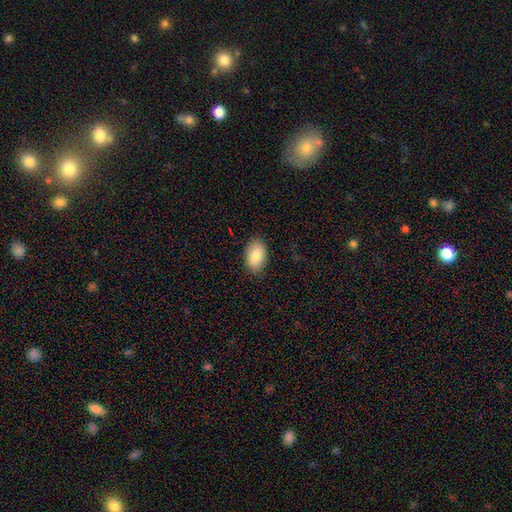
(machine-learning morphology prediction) smooth 83%, featured or disk 10%, star or artifact 7%. Down the decision tree: how rounded — in between (90%); merging — none (85%).